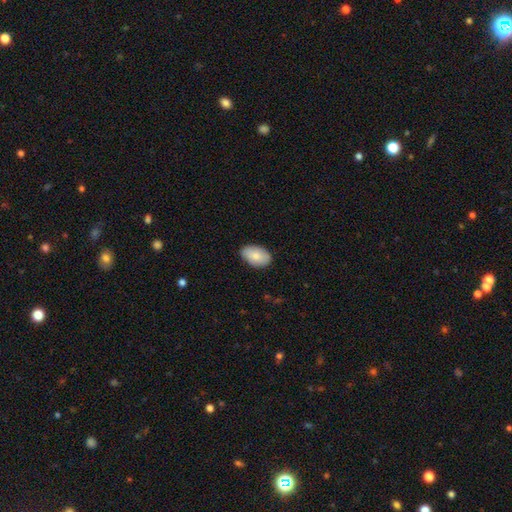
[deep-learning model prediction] Q: Smooth or featured?
A: smooth (82%); runner-up: featured or disk (11%)
Q: How rounded?
A: in between (92%); runner-up: round (7%)
Q: Merging?
A: none (82%); runner-up: minor disturbance (15%)